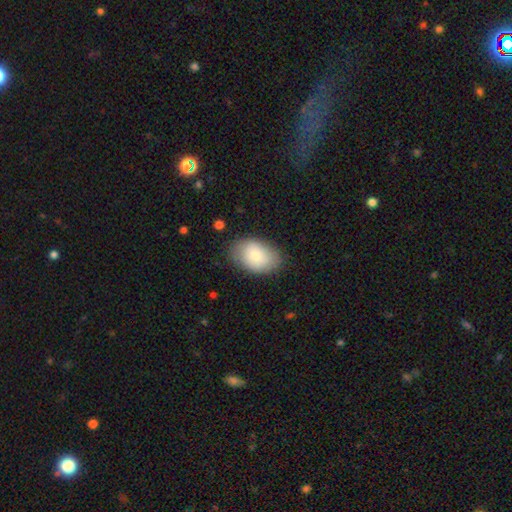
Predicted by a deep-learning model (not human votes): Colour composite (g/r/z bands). It shows a smooth galaxy with no disk features (80%) that is in between round and cigar-shaped (87%). Merging: none (78%).